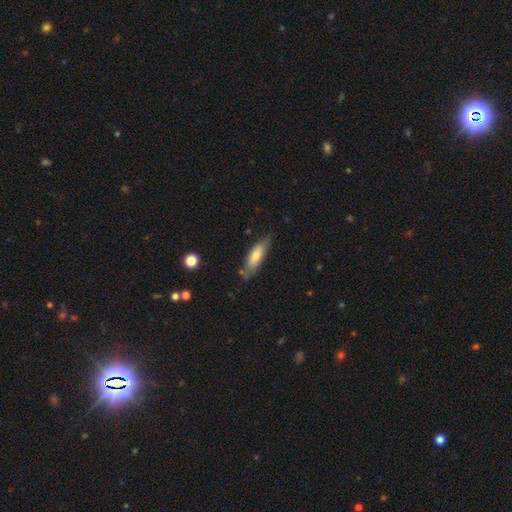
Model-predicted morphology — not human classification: A smooth galaxy with no disk features (67%) that is cigar-shaped (52%).

Vote fractions:
- Smooth or featured? smooth: 67% / featured or disk: 27% / star or artifact: 6%
- How rounded? cigar-shaped: 52% / in between: 46% / round: 2%
- Merging? none: 74% / minor disturbance: 19% / major disturbance: 4% / merger: 3%